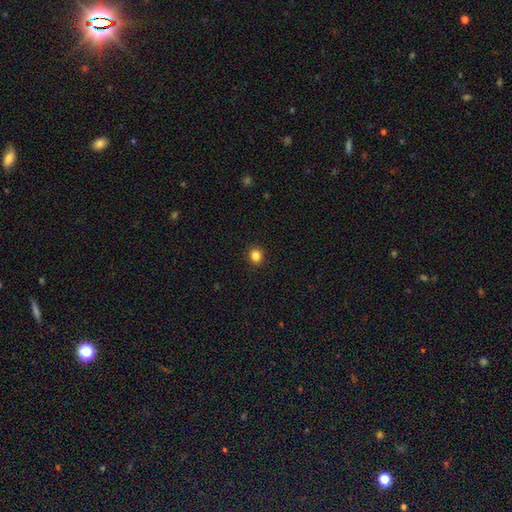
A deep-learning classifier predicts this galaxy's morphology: smooth 84%, star or artifact 12%, featured or disk 4%. Down the decision tree: how rounded — round (77%); merging — none (91%).